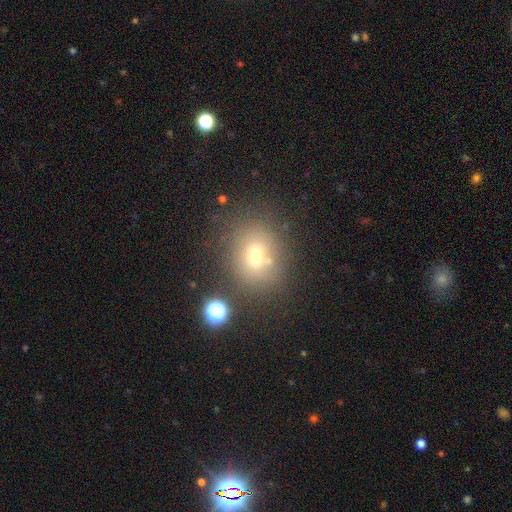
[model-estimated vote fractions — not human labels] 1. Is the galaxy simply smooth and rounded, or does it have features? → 67% smooth, 19% star or artifact, 14% featured or disk.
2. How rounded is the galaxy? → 70% round, 29% in between, 1% cigar-shaped.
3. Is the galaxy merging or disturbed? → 71% none, 12% minor disturbance, 11% merger, 5% major disturbance.